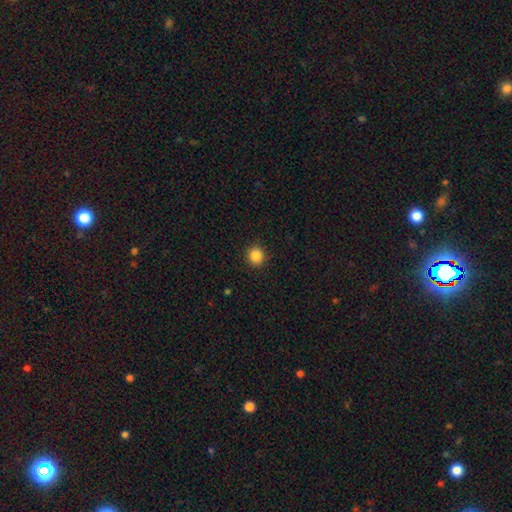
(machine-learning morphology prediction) The model was most divided on "smooth or featured": smooth: 86%, star or artifact: 11%, featured or disk: 3%. More confident: merging — none (91%); how rounded — round (90%).